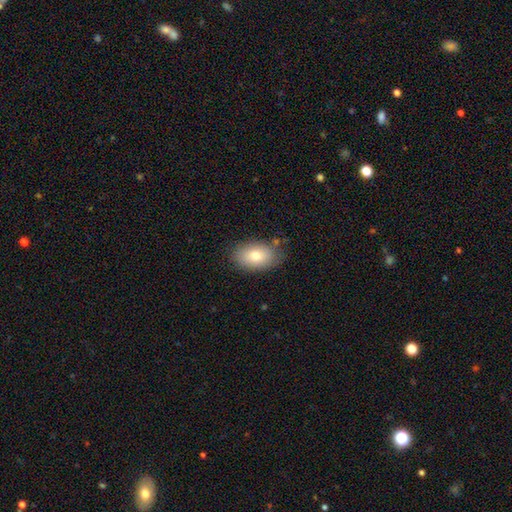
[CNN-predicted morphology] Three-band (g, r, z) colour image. It shows a smooth galaxy with no disk features (78%) that is in between round and cigar-shaped (90%). Merging: none (80%).